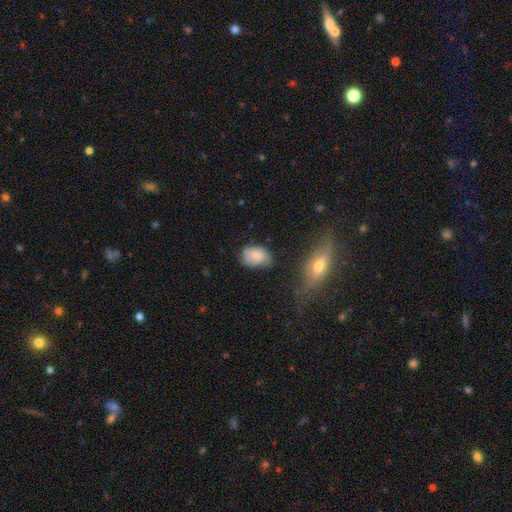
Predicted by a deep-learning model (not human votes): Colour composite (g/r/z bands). It shows a smooth galaxy with no disk features (77%) that is in between round and cigar-shaped (81%). Merging: none (57%).